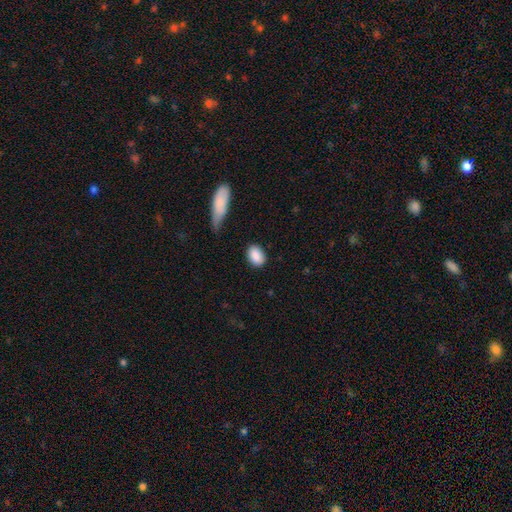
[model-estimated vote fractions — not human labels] Q: Smooth or featured?
A: smooth (89%); runner-up: star or artifact (7%)
Q: How rounded?
A: in between (81%); runner-up: round (17%)
Q: Merging?
A: none (81%); runner-up: minor disturbance (14%)